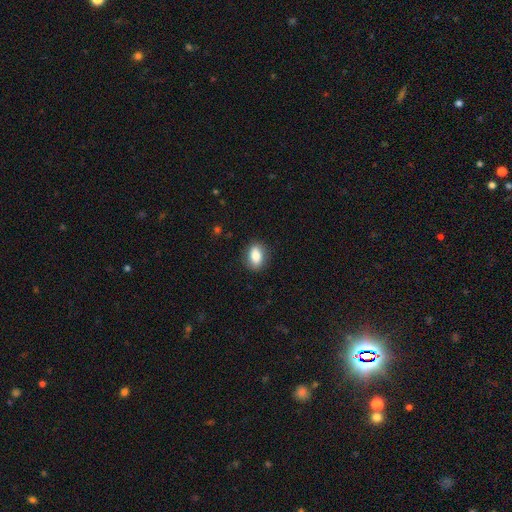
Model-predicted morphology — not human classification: Smooth or featured?
  - smooth: 83% *
  - featured or disk: 9%
  - star or artifact: 8%
How rounded?
  - in between: 81% *
  - round: 16%
  - cigar-shaped: 3%
Merging?
  - none: 86% *
  - minor disturbance: 11%
  - major disturbance: 3%
  - merger: 1%